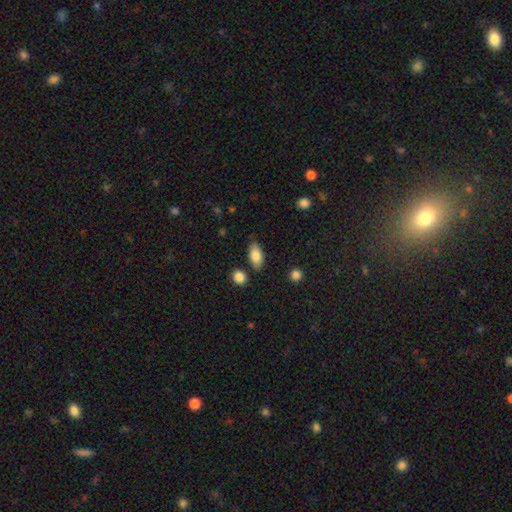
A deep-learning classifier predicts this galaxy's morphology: Smooth or featured: smooth — 84% (featured or disk — 9%)
How rounded: in between — 90% (cigar-shaped — 6%)
Merging: none — 80% (minor disturbance — 13%)